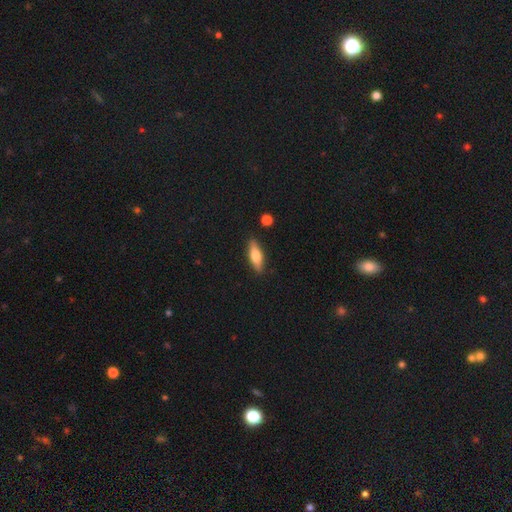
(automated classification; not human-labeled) Morphology: type=smooth (60%); roundness=in between (49%); merging=none (87%).